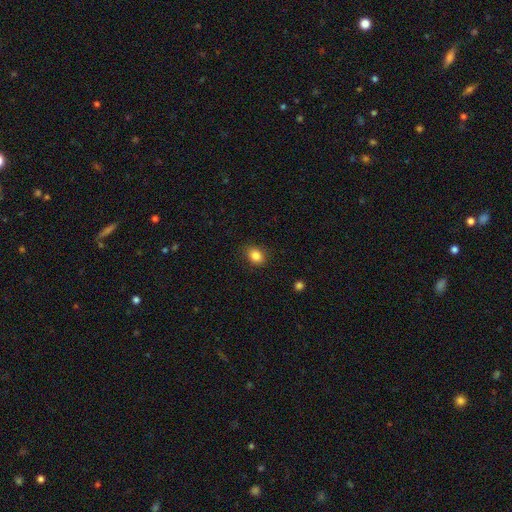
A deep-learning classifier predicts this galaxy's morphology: This appears to be a smooth galaxy with no disk features (85%) that is in between round and cigar-shaped (59%). Merging: none (87%).